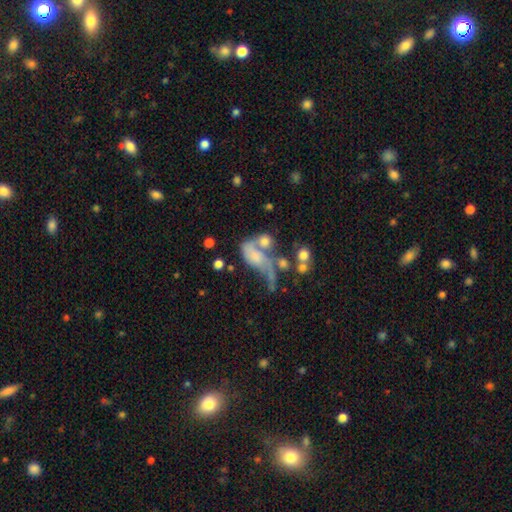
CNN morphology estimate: A featured or disk galaxy (50%).

Vote fractions:
- Smooth or featured? featured or disk: 50% / smooth: 38% / star or artifact: 12%
- Merging? merger: 37% / major disturbance: 35% / none: 16% / minor disturbance: 12%